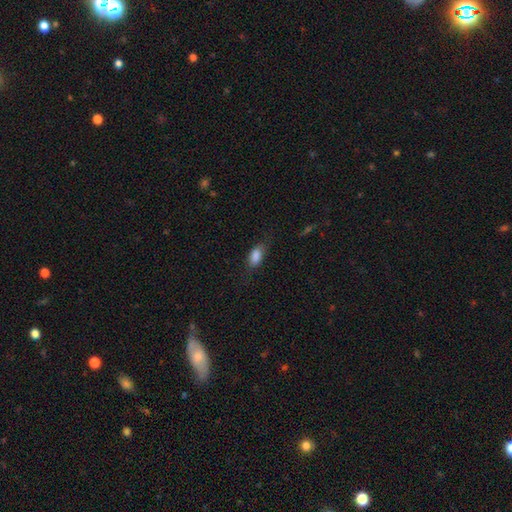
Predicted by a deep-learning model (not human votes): smooth 84%, star or artifact 8%, featured or disk 8%. Down the decision tree: how rounded — in between (87%); merging — none (67%).